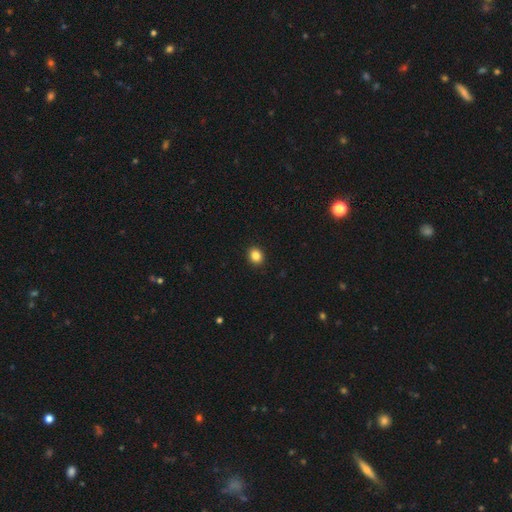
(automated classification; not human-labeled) Q: Smooth or featured?
A: smooth (85%); runner-up: star or artifact (10%)
Q: How rounded?
A: round (71%); runner-up: in between (28%)
Q: Merging?
A: none (93%); runner-up: minor disturbance (5%)